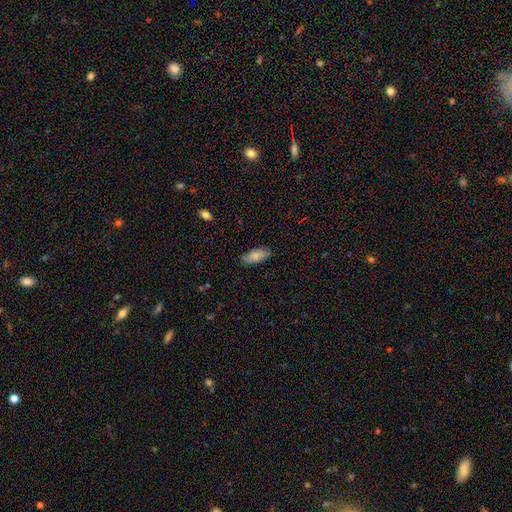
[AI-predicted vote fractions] A smooth galaxy with no disk features (81%) that is in between round and cigar-shaped (82%).

Vote fractions:
- Smooth or featured? smooth: 81% / featured or disk: 13% / star or artifact: 6%
- How rounded? in between: 82% / cigar-shaped: 16% / round: 2%
- Merging? none: 85% / minor disturbance: 12% / major disturbance: 2% / merger: 1%